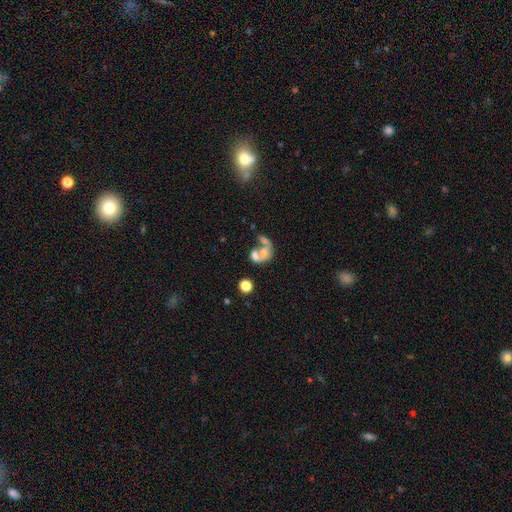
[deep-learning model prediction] Smooth or featured? smooth (49%)
Merging? merger (62%)